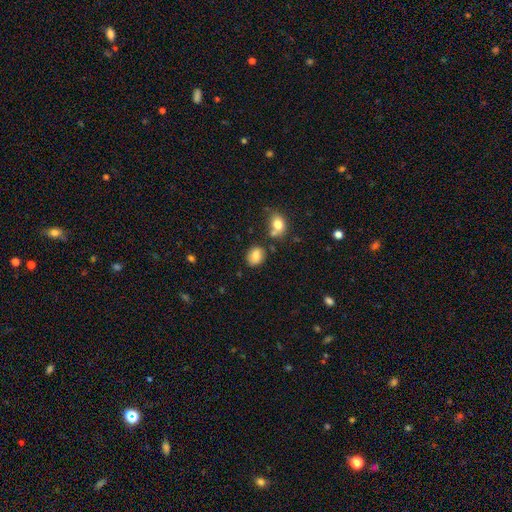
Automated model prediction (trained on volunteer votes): smooth-or-featured: smooth: 82% | star or artifact: 10% | featured or disk: 8%
  how-rounded: in between: 62% | round: 37% | cigar-shaped: 1%
  merging: none: 75% | minor disturbance: 14% | merger: 7% | major disturbance: 4%